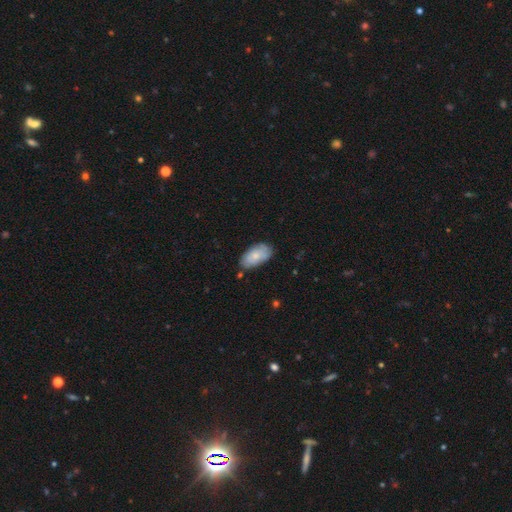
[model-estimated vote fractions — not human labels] Morphology: type=smooth (68%); roundness=in between (94%); merging=none (71%).